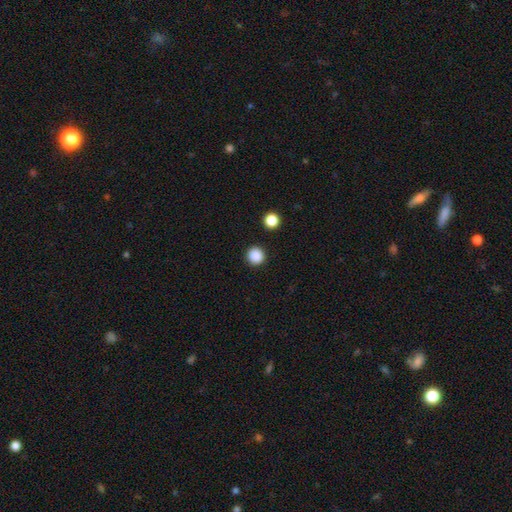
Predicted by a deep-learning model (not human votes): Morphology: type=smooth (87%); roundness=round (95%); merging=none (92%).